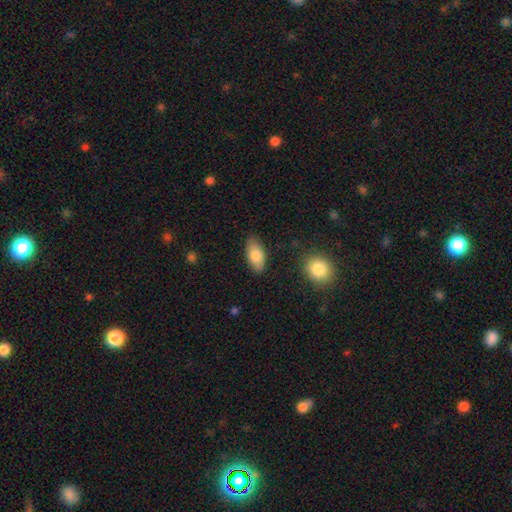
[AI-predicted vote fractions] This appears to be a smooth galaxy with no disk features (81%) that is in between round and cigar-shaped (91%). Merging: none (83%).